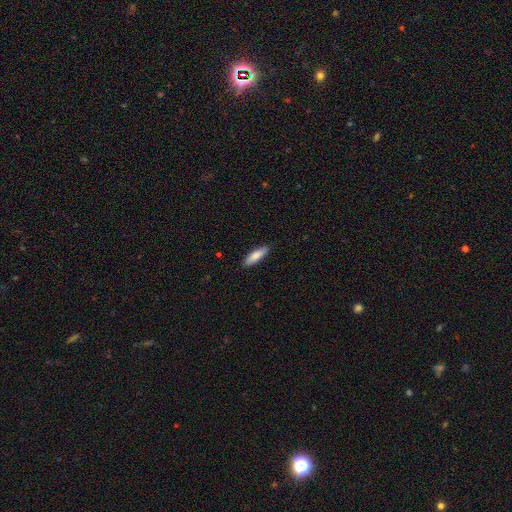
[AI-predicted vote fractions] A smooth galaxy with no disk features (82%) that is cigar-shaped (56%). Merging: none (89%).